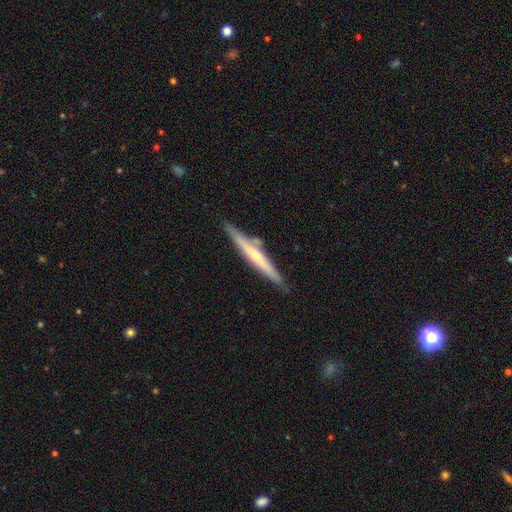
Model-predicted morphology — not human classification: Smooth or featured: featured or disk — 66% (smooth — 28%)
Edge-on disk: yes — 96% (no — 4%)
Edge-on bulge: rounded — 66% (none — 29%)
Merging: none — 82% (minor disturbance — 11%)